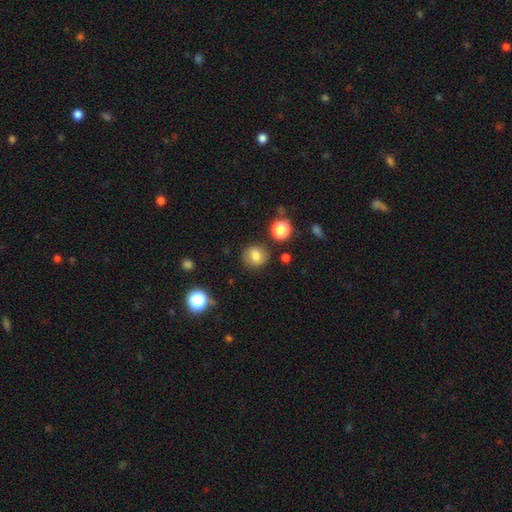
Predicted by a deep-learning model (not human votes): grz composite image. It shows a smooth galaxy with no disk features (78%) that is round (77%). Merging: none (84%).